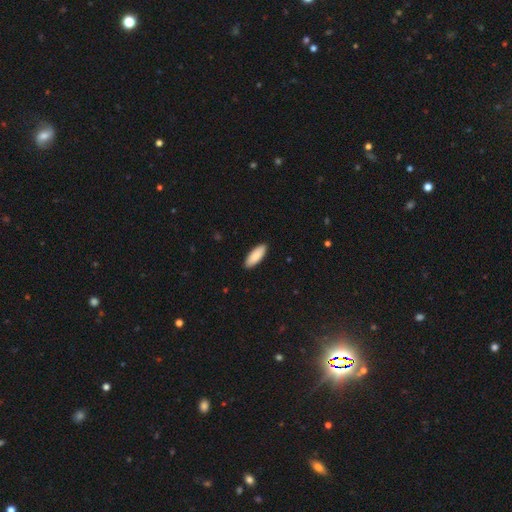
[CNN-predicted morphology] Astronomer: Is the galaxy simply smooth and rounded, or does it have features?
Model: smooth — 90%.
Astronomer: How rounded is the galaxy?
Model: in between — 72%.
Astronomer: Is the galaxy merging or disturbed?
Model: none — 91%.